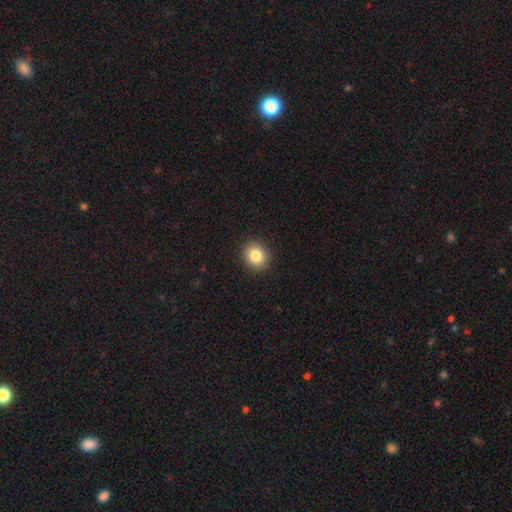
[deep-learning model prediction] Smooth or featured? smooth (84%)
How rounded? round (78%)
Merging? none (92%)